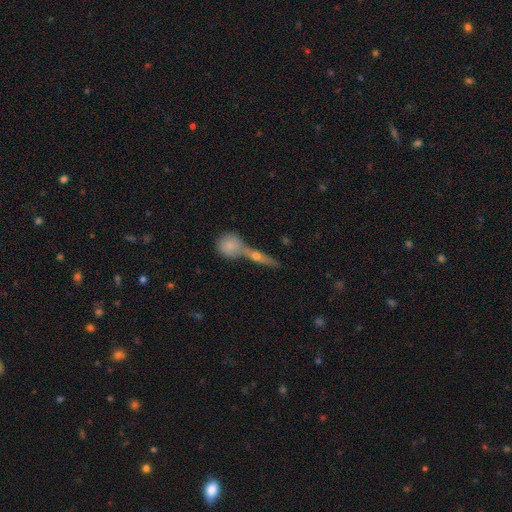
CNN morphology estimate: featured or disk 51%, smooth 37%, star or artifact 12%. Down the decision tree: edge-on disk — yes (82%); merging — none (49%).